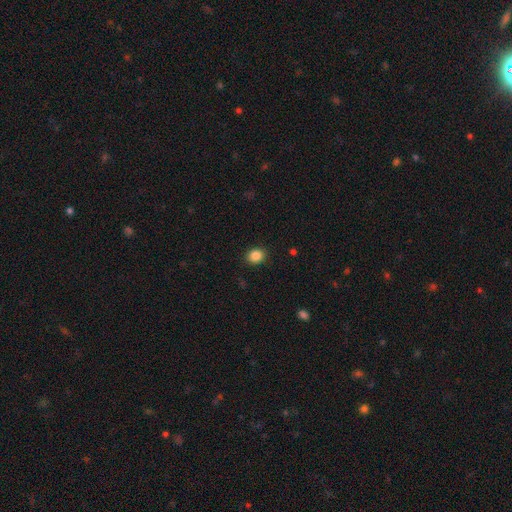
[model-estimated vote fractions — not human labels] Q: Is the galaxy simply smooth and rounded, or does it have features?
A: smooth — 87%.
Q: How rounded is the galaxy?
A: round — 61%.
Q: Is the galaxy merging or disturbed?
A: none — 90%.